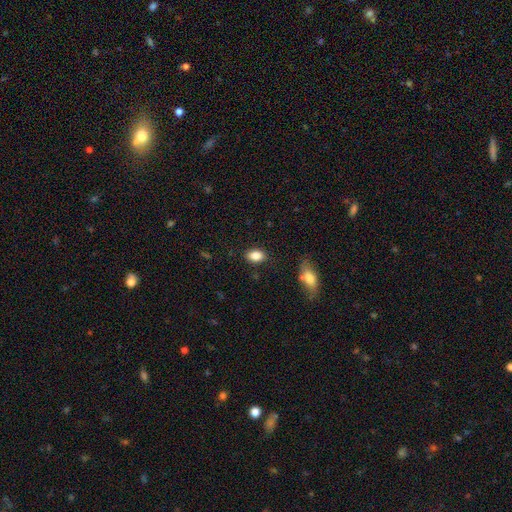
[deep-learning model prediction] smooth-or-featured: smooth: 85% | star or artifact: 8% | featured or disk: 7%
  how-rounded: in between: 84% | round: 14% | cigar-shaped: 2%
  merging: none: 85% | minor disturbance: 11% | major disturbance: 3% | merger: 2%